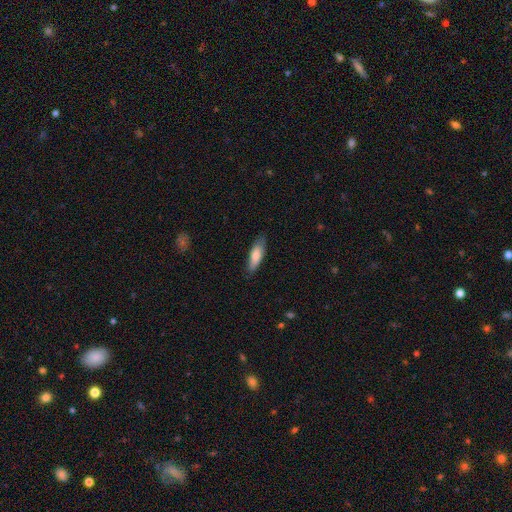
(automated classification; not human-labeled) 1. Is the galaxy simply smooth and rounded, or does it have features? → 80% smooth, 15% featured or disk, 6% star or artifact.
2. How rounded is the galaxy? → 50% cigar-shaped, 48% in between, 2% round.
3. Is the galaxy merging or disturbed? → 79% none, 17% minor disturbance, 3% major disturbance, 1% merger.